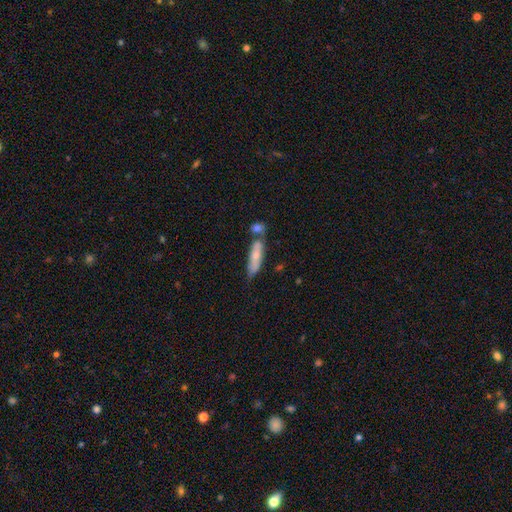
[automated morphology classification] type=smooth (64%); roundness=cigar-shaped (69%); merging=none (48%).